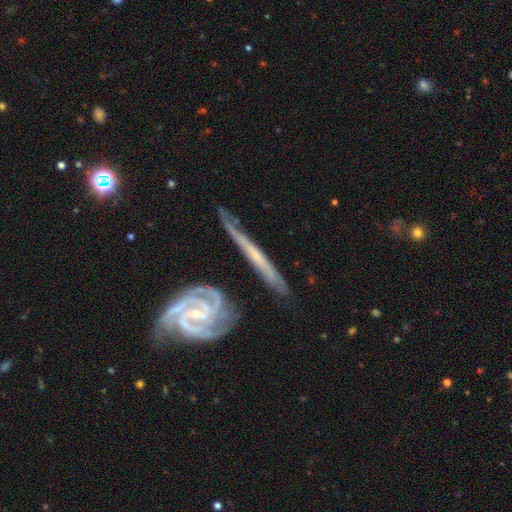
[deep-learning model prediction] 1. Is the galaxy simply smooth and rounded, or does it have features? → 78% featured or disk, 15% smooth, 7% star or artifact.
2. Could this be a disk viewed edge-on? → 53% yes, 47% no.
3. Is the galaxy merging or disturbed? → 65% none, 20% minor disturbance, 8% merger, 6% major disturbance.